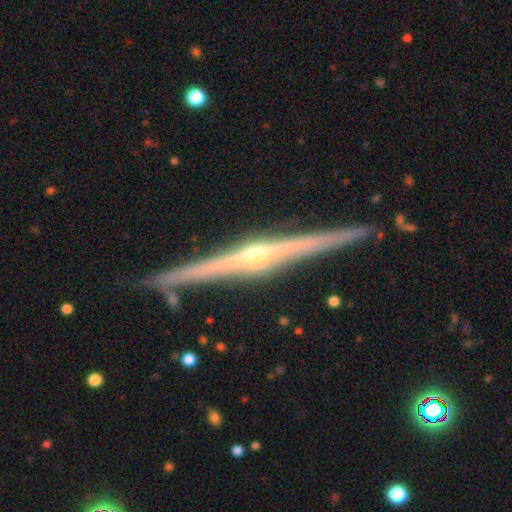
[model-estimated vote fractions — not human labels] Smooth or featured? featured or disk (89%)
Edge-on disk? yes (99%)
Edge-on bulge? rounded (82%)
Merging? none (90%)